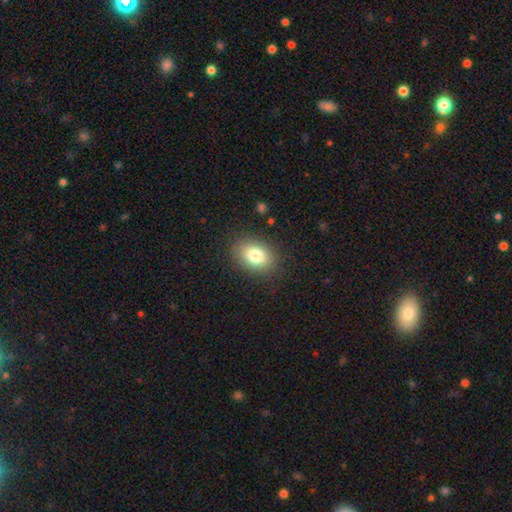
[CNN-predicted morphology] Smooth or featured? smooth (80%)
How rounded? in between (74%)
Merging? none (86%)